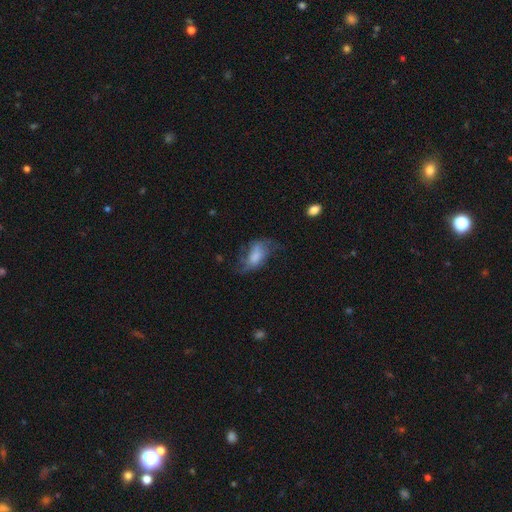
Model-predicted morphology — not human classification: This is possibly a smooth galaxy (56%). How rounded: clearly in between (88%). Merging: marginally none (38%).